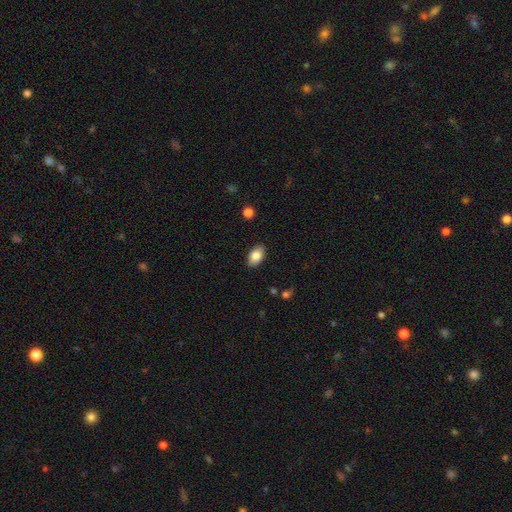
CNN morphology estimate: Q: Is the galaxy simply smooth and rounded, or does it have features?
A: smooth — 84%.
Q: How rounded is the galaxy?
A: in between — 91%.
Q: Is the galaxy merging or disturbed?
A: none — 87%.